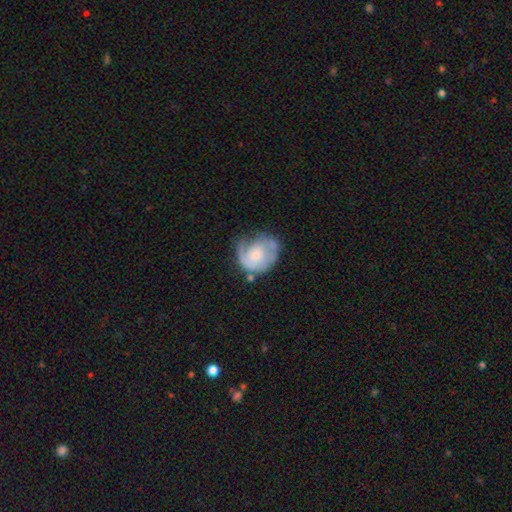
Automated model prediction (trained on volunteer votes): Smooth or featured: featured or disk — 68% (smooth — 26%)
Edge-on disk: no — 98% (yes — 2%)
Bar: no — 72% (weak — 25%)
Spiral arms: yes — 86% (no — 14%)
Spiral winding: tight — 43% (medium — 37%)
Spiral arm count: 2 — 39% (1 — 37%)
Bulge size: small — 40% (moderate — 38%)
Merging: none — 49% (minor disturbance — 26%)